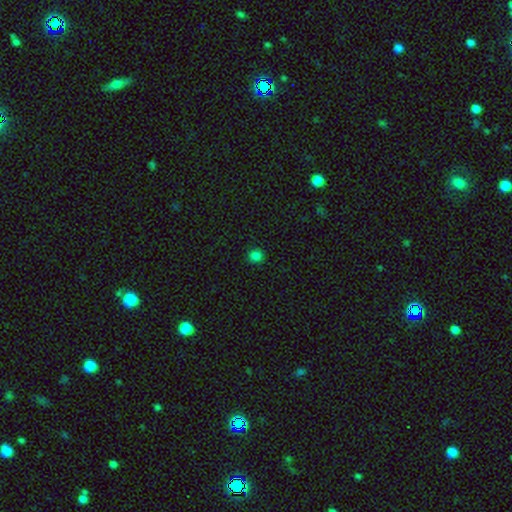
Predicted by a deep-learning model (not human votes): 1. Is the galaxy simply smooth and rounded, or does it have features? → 82% smooth, 15% star or artifact, 3% featured or disk.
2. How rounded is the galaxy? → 90% round, 9% in between, 1% cigar-shaped.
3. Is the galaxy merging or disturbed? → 91% none, 6% minor disturbance, 2% major disturbance, 1% merger.